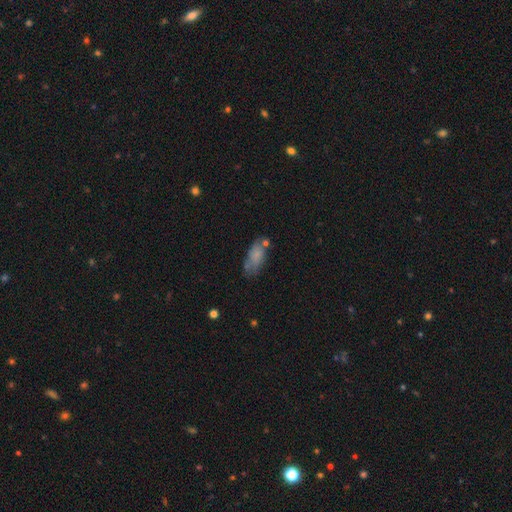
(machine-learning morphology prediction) smooth_or_featured: smooth (p=0.75) [alt: featured or disk p=0.17]
how_rounded: in between (p=0.86) [alt: cigar-shaped p=0.11]
merging: none (p=0.50) [alt: minor disturbance p=0.27]